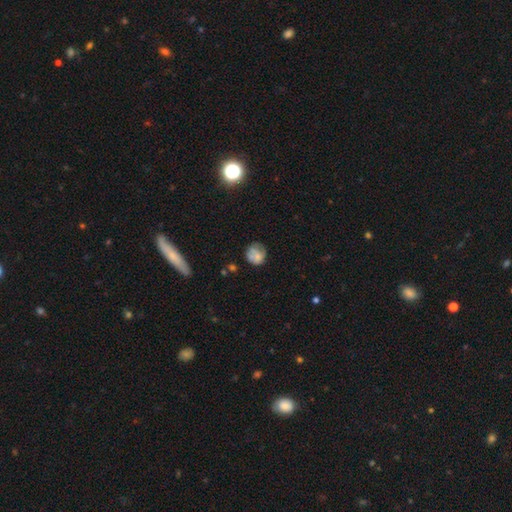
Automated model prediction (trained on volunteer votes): The model was most divided on "merging": none: 54%, minor disturbance: 28%, major disturbance: 13%, merger: 6%. More confident: how rounded — round (79%); smooth or featured — smooth (63%).